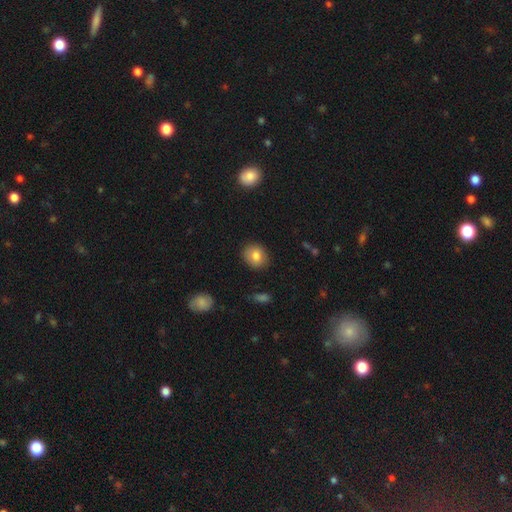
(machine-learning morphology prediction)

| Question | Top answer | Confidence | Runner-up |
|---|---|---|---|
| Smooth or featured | smooth | 82% | featured or disk (10%) |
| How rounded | round | 63% | in between (36%) |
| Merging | none | 87% | minor disturbance (10%) |